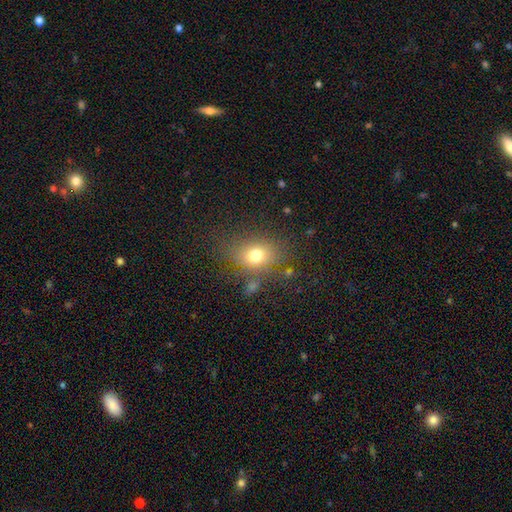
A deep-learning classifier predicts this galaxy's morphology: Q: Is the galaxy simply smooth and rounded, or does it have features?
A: smooth — 73%.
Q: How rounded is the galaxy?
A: in between — 55%.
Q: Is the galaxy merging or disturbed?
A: none — 73%.